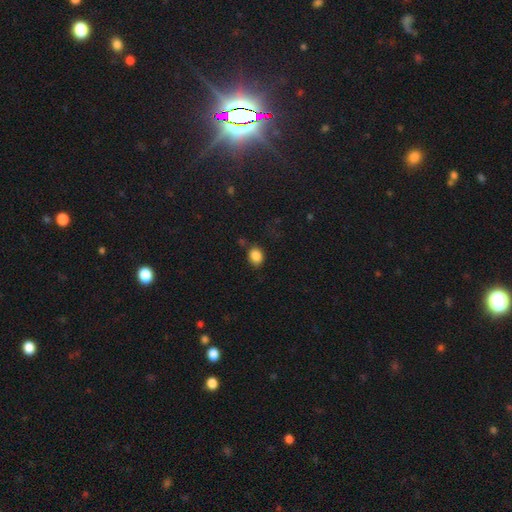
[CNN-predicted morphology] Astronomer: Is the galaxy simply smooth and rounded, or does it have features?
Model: smooth — 86%.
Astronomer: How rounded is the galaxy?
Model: in between — 58% (runner-up: round, 41%).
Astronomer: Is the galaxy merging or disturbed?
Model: none — 72%.